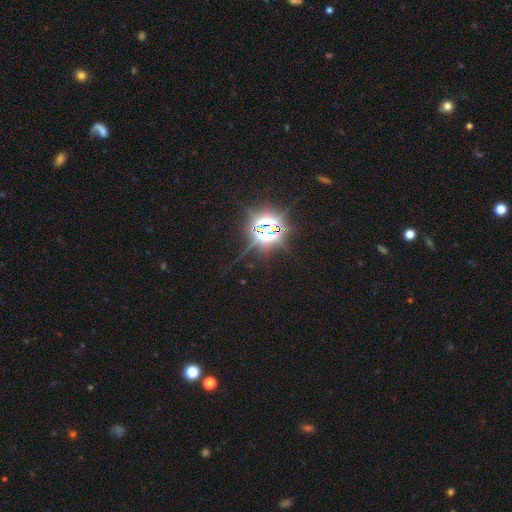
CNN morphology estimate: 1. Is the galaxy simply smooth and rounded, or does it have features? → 81% star or artifact, 14% smooth, 6% featured or disk.